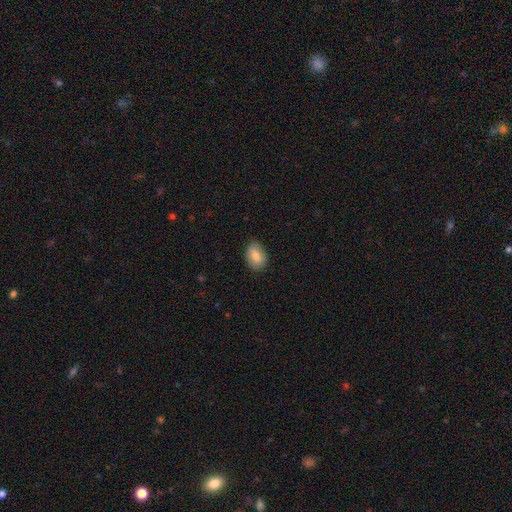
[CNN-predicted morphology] smooth_or_featured: smooth (p=0.82) [alt: featured or disk p=0.11]
how_rounded: in between (p=0.82) [alt: round p=0.17]
merging: none (p=0.81) [alt: minor disturbance p=0.16]